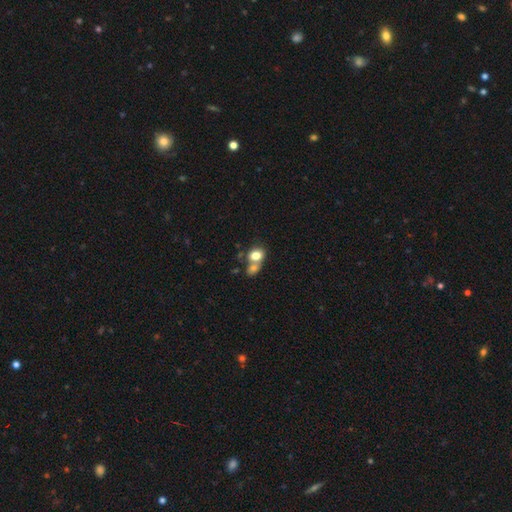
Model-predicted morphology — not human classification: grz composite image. It shows a smooth galaxy with no disk features (77%) that is in between round and cigar-shaped (61%). Merging: merger (56%).